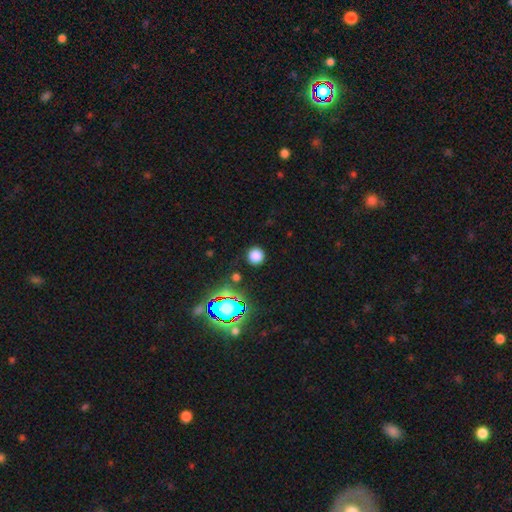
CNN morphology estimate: type=smooth (76%); roundness=round (93%); merging=none (88%).